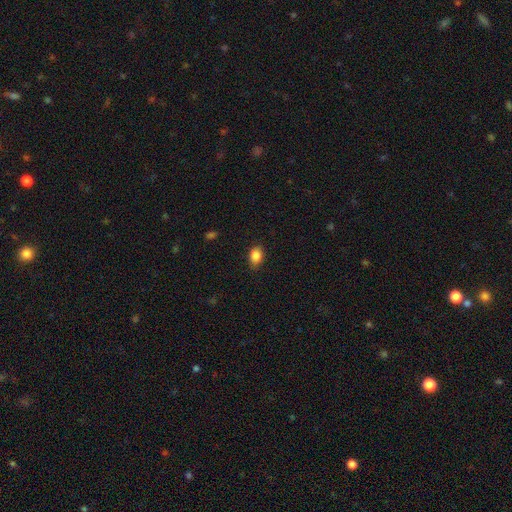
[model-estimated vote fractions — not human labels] smooth_or_featured: smooth (p=0.86) [alt: star or artifact p=0.09]
how_rounded: in between (p=0.73) [alt: round p=0.26]
merging: none (p=0.81) [alt: minor disturbance p=0.15]